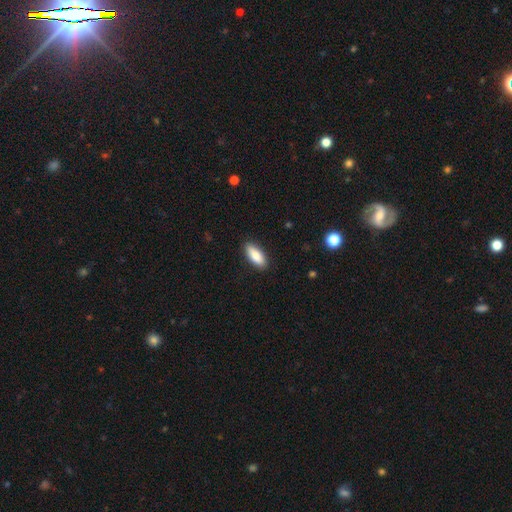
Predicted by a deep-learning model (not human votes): Smooth or featured: smooth — 83% (featured or disk — 11%)
How rounded: in between — 77% (cigar-shaped — 21%)
Merging: none — 88% (minor disturbance — 9%)